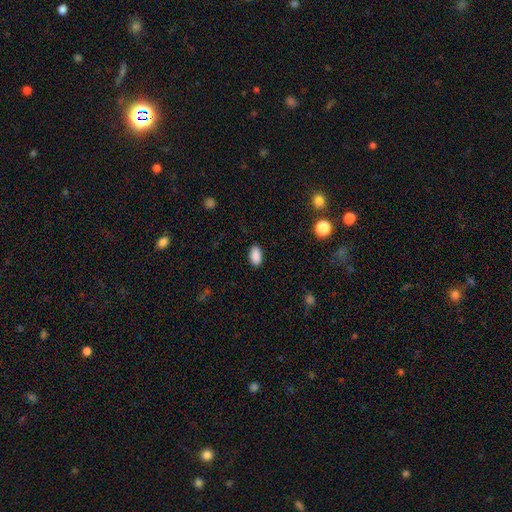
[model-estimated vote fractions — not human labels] Q: Smooth or featured?
A: smooth (89%); runner-up: star or artifact (8%)
Q: How rounded?
A: in between (93%); runner-up: round (4%)
Q: Merging?
A: none (87%); runner-up: minor disturbance (9%)